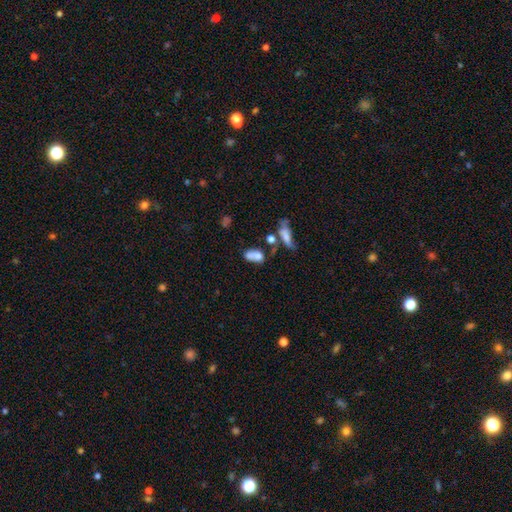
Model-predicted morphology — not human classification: The model was most divided on "merging": merger: 51%, none: 24%, minor disturbance: 13%, major disturbance: 12%. More confident: how rounded — in between (75%); smooth or featured — smooth (68%).